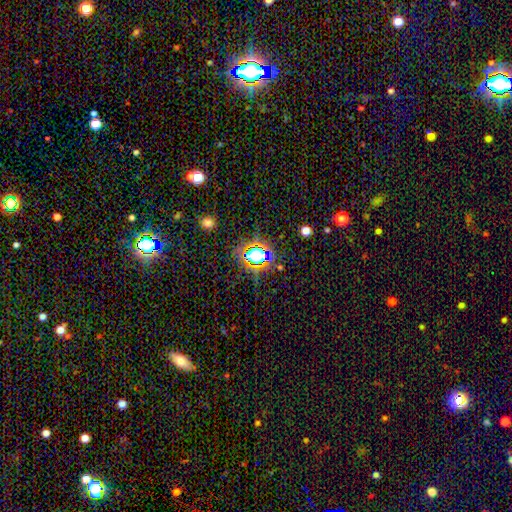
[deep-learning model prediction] Overall: star or artifact (59%; smooth 28%).